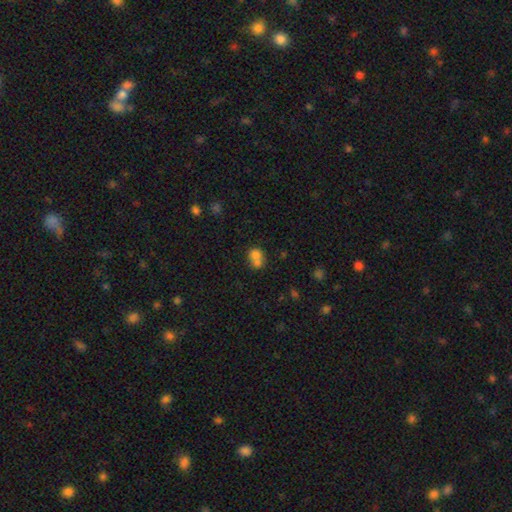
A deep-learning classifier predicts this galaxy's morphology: type=smooth (72%); roundness=round (63%); merging=merger (61%).